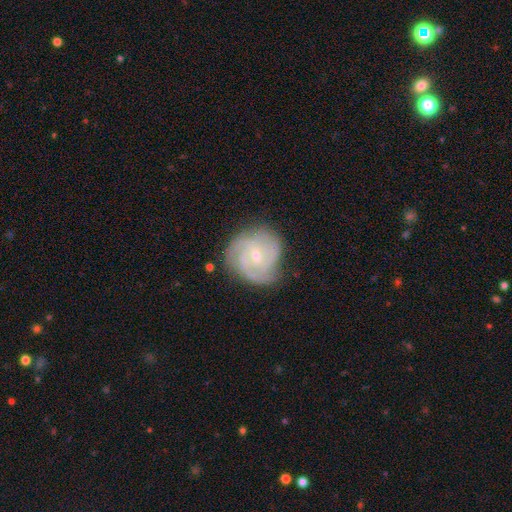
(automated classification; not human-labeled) A featured or disk galaxy (86%) with no bar (57%), 3 (49%) tight (63%) spiral arms (97%) and a small central bulge (69%). Merging: none (74%).